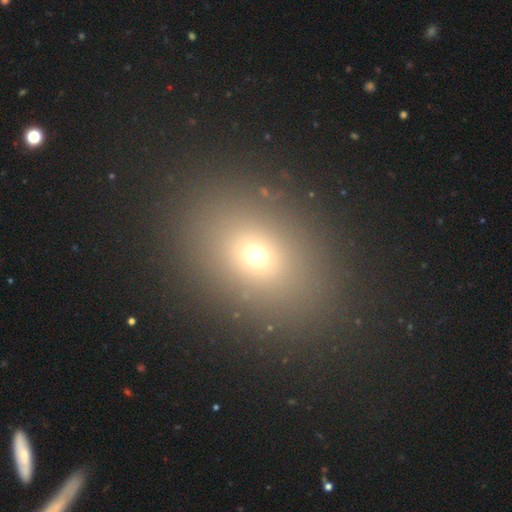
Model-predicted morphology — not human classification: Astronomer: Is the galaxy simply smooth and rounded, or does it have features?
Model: smooth — 67%.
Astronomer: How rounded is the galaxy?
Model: in between — 60% (runner-up: round, 39%).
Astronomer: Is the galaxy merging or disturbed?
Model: none — 87%.